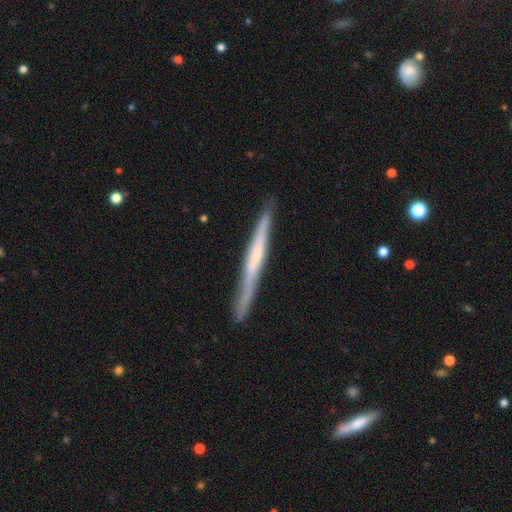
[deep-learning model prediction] Smooth or featured?
  - featured or disk: 61% *
  - smooth: 33%
  - star or artifact: 5%
Edge-on disk?
  - yes: 97% *
  - no: 3%
Edge-on bulge?
  - none: 59% *
  - rounded: 23%
  - boxy: 18%
Merging?
  - none: 86% *
  - minor disturbance: 10%
  - major disturbance: 2%
  - merger: 2%